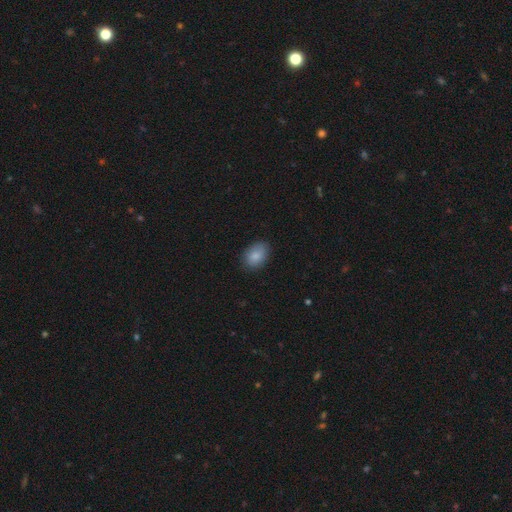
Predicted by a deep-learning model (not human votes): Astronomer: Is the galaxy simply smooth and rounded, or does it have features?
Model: smooth — 86%.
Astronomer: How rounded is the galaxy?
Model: in between — 80%.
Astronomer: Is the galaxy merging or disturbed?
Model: none — 83%.